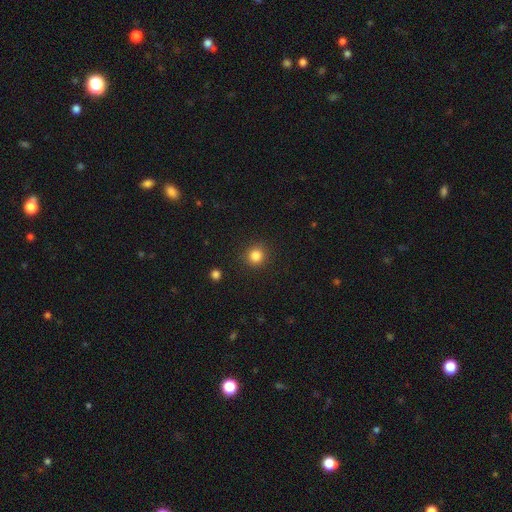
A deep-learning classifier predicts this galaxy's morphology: Smooth or featured? Predicted: smooth (p=0.83). How rounded? Predicted: round (p=0.91). Merging? Predicted: none (p=0.90).